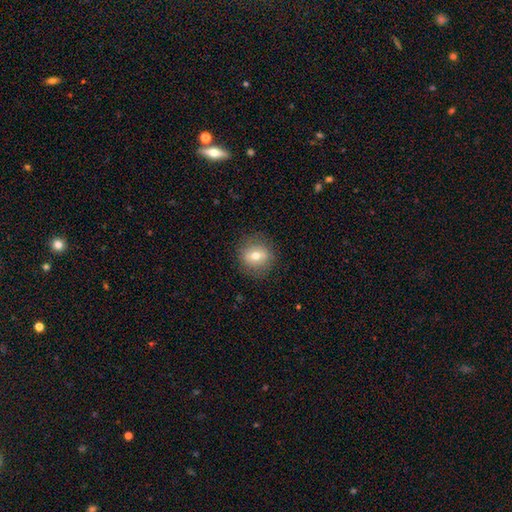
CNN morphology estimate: A smooth galaxy with no disk features (64%) that is round (80%).

Vote fractions:
- Smooth or featured? smooth: 64% / featured or disk: 26% / star or artifact: 10%
- How rounded? round: 80% / in between: 19% / cigar-shaped: 1%
- Merging? none: 84% / minor disturbance: 11% / major disturbance: 4% / merger: 1%